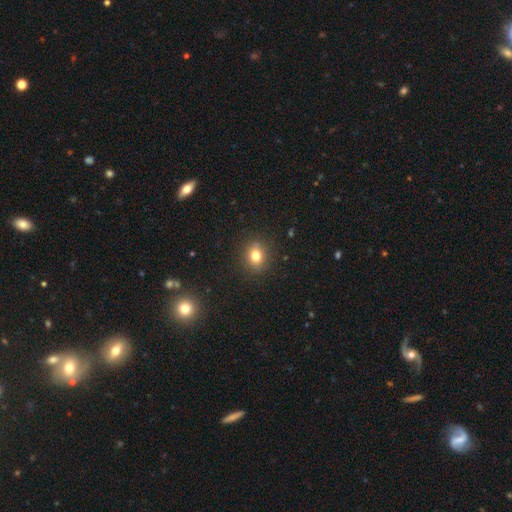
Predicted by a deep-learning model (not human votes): Smooth or featured? smooth (79%)
How rounded? round (64%)
Merging? none (89%)